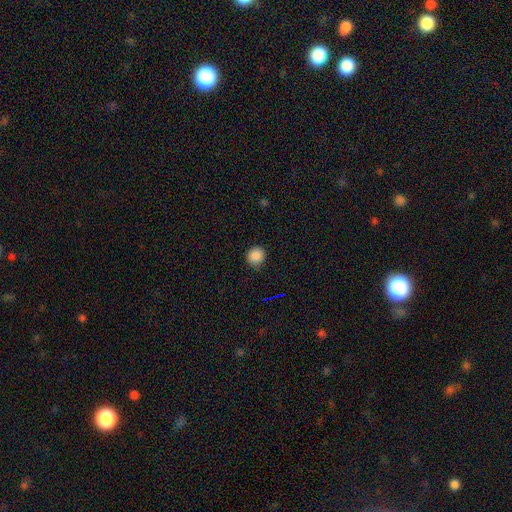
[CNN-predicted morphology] smooth_or_featured: smooth (p=0.87) [alt: star or artifact p=0.10]
how_rounded: round (p=0.89) [alt: in between p=0.10]
merging: none (p=0.87) [alt: minor disturbance p=0.09]